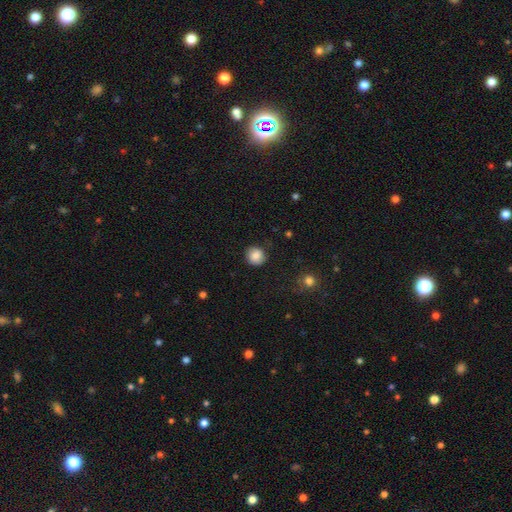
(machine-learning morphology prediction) Smooth or featured: smooth — 85% (star or artifact — 9%)
How rounded: round — 88% (in between — 11%)
Merging: none — 84% (minor disturbance — 12%)